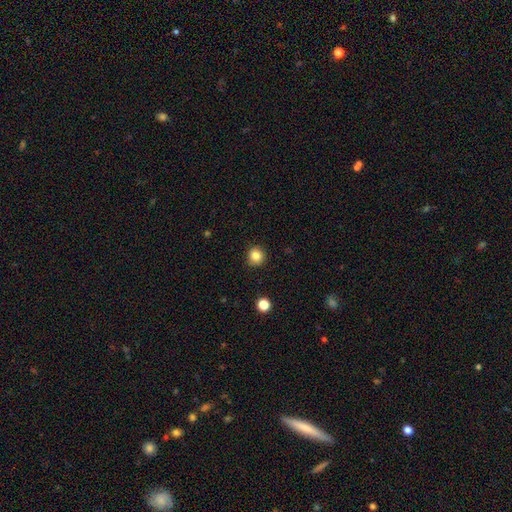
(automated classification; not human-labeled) Overall: smooth (84%). How rounded: round (92%). Merging: none (91%).